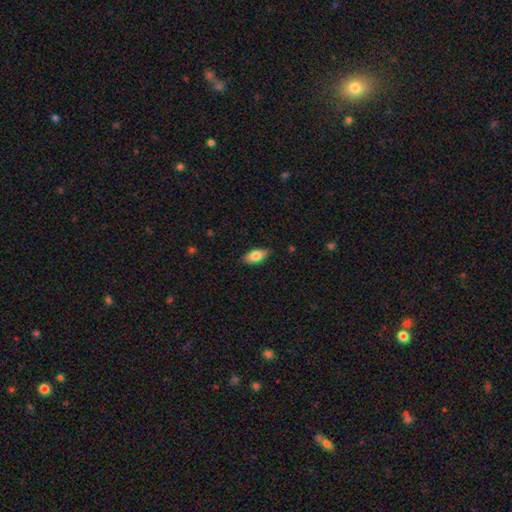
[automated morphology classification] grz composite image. It shows a smooth galaxy with no disk features (82%) that is in between round and cigar-shaped (91%). Merging: none (85%).